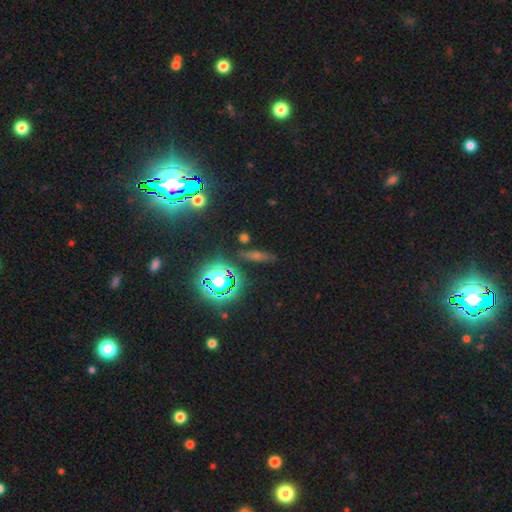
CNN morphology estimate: Smooth or featured? Predicted: star or artifact (p=0.39).